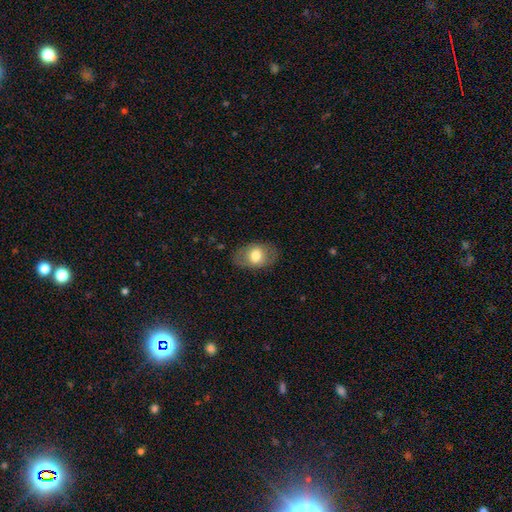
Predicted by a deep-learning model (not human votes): Smooth or featured?
  - smooth: 67% *
  - featured or disk: 26%
  - star or artifact: 7%
How rounded?
  - in between: 82% *
  - round: 17%
  - cigar-shaped: 1%
Merging?
  - none: 80% *
  - minor disturbance: 14%
  - major disturbance: 5%
  - merger: 1%